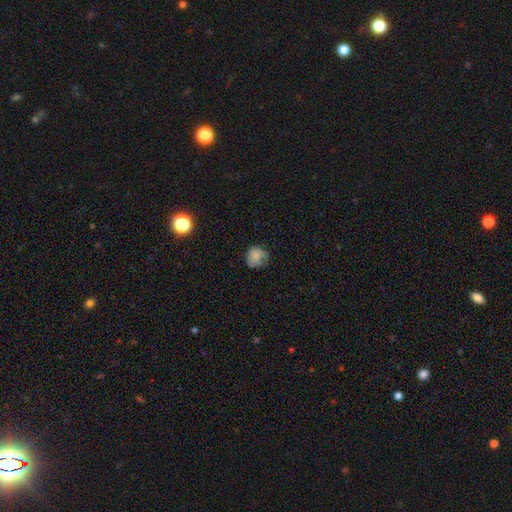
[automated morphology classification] Smooth or featured: smooth — 74% (featured or disk — 16%)
How rounded: round — 76% (in between — 23%)
Merging: none — 57% (minor disturbance — 30%)